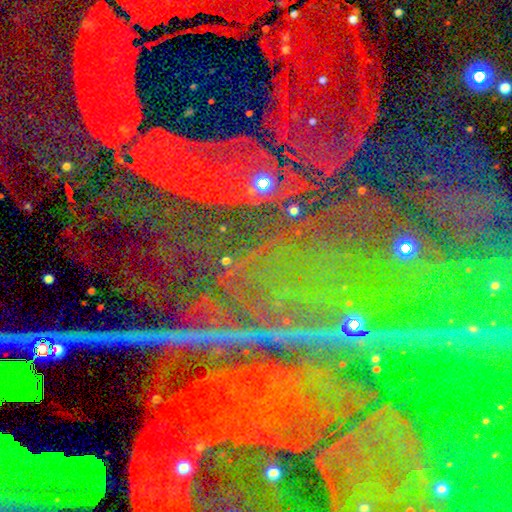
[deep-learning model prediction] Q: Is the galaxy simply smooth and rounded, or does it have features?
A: star or artifact — 89%.